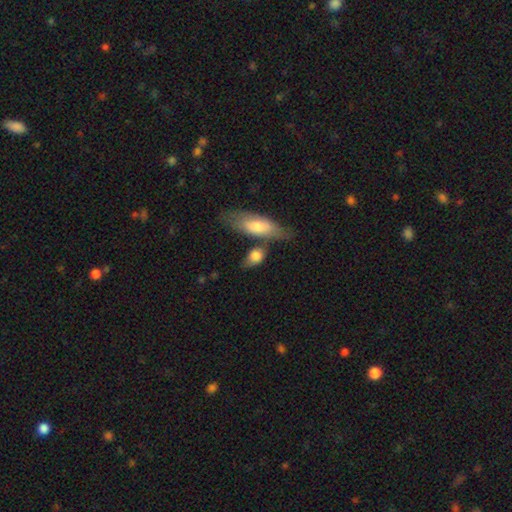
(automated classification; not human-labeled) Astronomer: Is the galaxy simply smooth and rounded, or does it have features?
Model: smooth — 77%.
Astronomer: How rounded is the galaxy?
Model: in between — 72%.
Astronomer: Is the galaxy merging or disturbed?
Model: none — 53%.